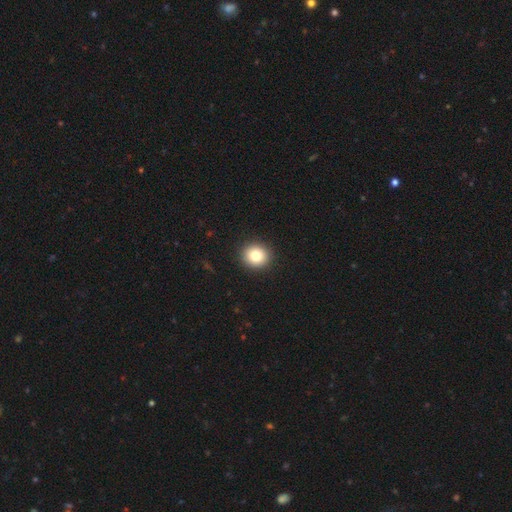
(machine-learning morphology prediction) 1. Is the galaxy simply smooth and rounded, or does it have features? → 82% smooth, 10% star or artifact, 8% featured or disk.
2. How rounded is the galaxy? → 85% round, 14% in between, 1% cigar-shaped.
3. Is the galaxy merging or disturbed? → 92% none, 5% minor disturbance, 2% major disturbance, 1% merger.